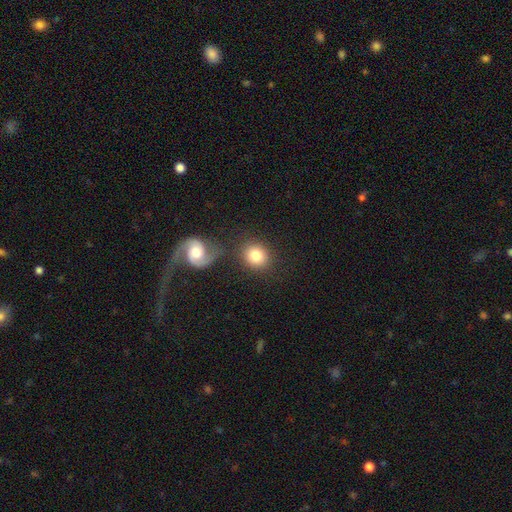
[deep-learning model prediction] Morphology: type=smooth (82%); roundness=round (80%); merging=none (73%).